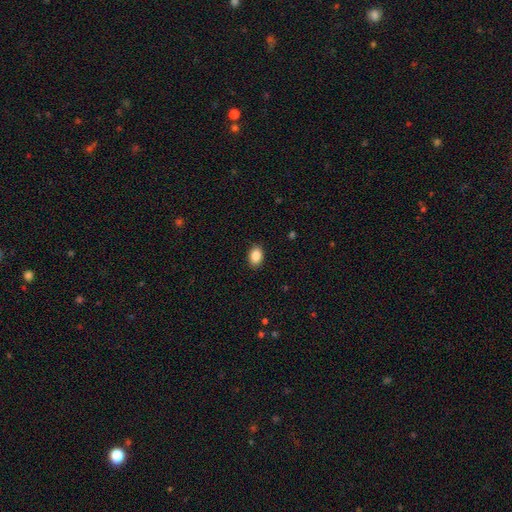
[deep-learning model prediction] Overall: smooth (88%). How rounded: in between (80%). Merging: none (89%).